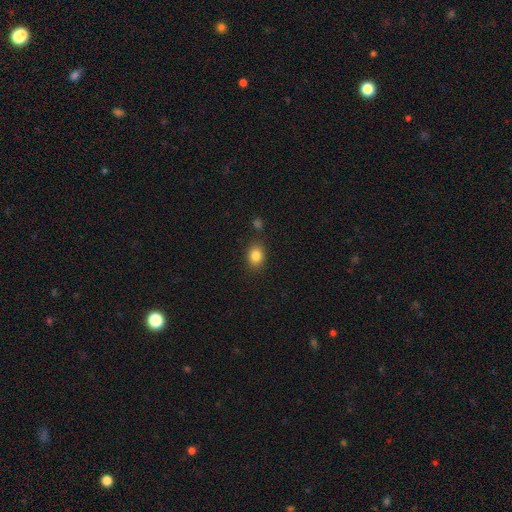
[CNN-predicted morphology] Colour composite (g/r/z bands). It shows a smooth galaxy with no disk features (84%) that is in between round and cigar-shaped (58%). Merging: none (83%).